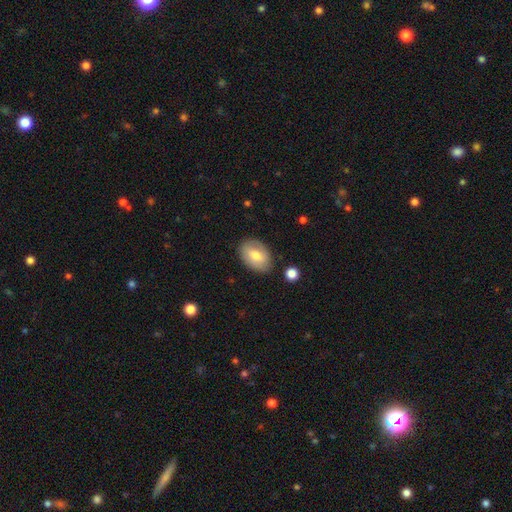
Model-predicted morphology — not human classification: smooth_or_featured: smooth (p=0.68) [alt: featured or disk p=0.25]
how_rounded: in between (p=0.86) [alt: round p=0.13]
merging: none (p=0.81) [alt: minor disturbance p=0.14]